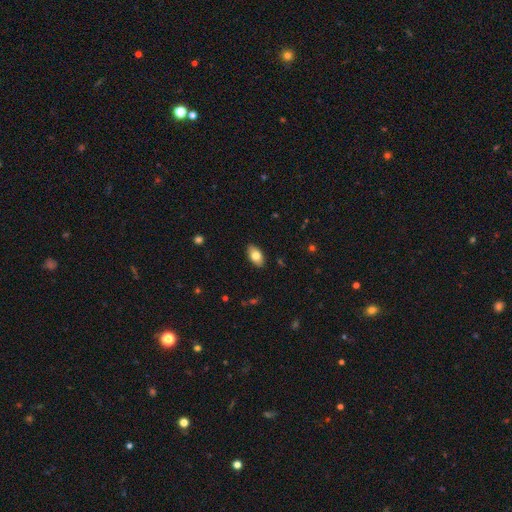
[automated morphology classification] This appears to be a smooth galaxy with no disk features (79%) that is in between round and cigar-shaped (93%). Merging: none (88%).